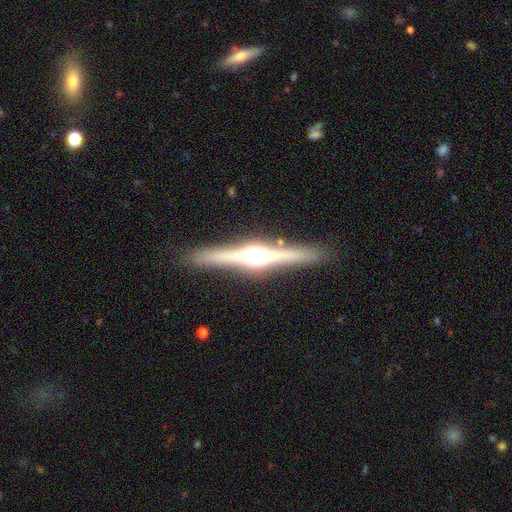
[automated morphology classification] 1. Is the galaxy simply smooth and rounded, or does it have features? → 78% featured or disk, 16% smooth, 6% star or artifact.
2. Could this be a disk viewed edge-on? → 98% yes, 2% no.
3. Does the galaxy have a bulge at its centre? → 93% rounded, 5% boxy, 2% none.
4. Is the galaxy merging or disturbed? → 89% none, 8% minor disturbance, 2% major disturbance, 1% merger.